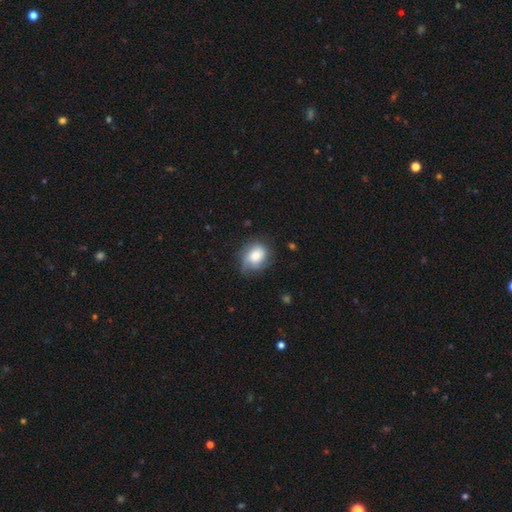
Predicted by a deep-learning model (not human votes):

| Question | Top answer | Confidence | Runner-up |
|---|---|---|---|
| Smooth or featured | smooth | 64% | featured or disk (28%) |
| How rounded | round | 50% | in between (49%) |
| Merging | none | 55% | minor disturbance (30%) |